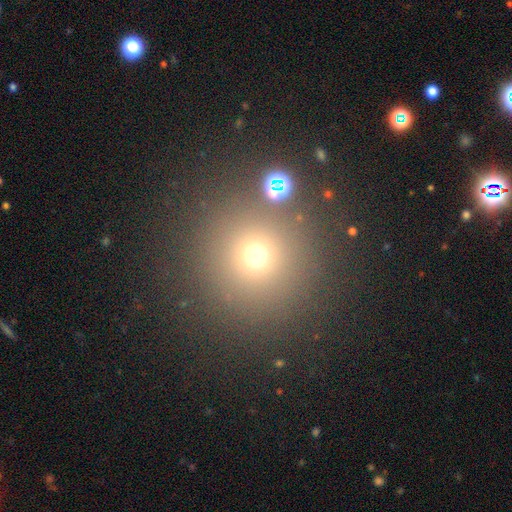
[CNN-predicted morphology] The model was most divided on "smooth or featured": smooth: 67%, star or artifact: 24%, featured or disk: 9%. More confident: how rounded — round (95%); merging — none (84%).